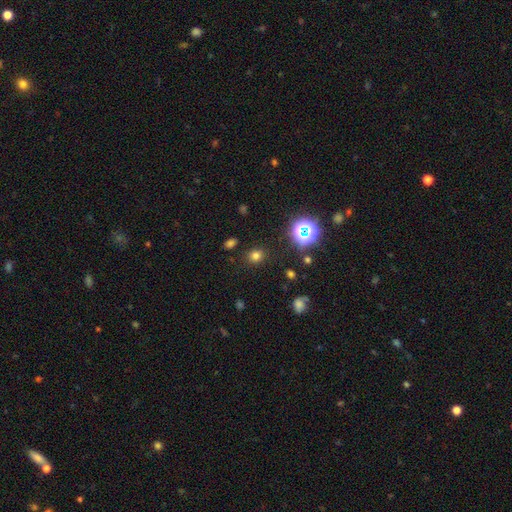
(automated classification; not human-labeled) This is likely a smooth galaxy (72%). How rounded: likely round (73%). Merging: clearly none (86%).